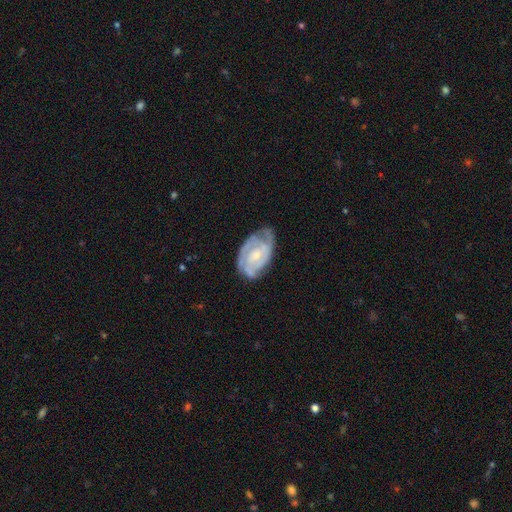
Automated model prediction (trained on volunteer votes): Smooth or featured? Predicted: featured or disk (p=0.80). Edge-on disk? Predicted: no (p=0.97). Bar? Predicted: no (p=0.57). Spiral arms? Predicted: yes (p=0.91). Spiral winding? Predicted: tight (p=0.60). Spiral arm count? Predicted: 2 (p=0.38). Bulge size? Predicted: small (p=0.55). Merging? Predicted: none (p=0.59).